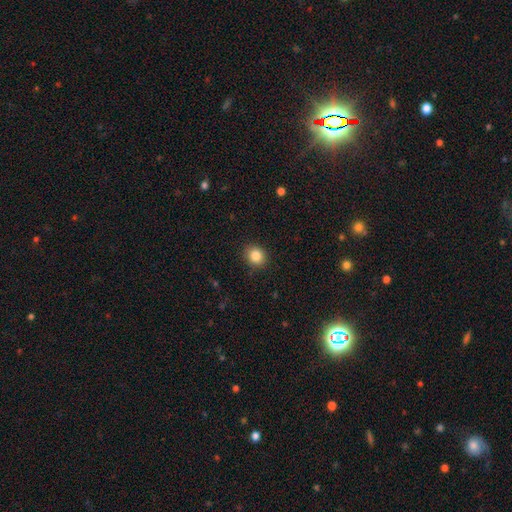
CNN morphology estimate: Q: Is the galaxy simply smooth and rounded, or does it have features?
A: smooth — 85%.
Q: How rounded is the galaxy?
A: round — 74%.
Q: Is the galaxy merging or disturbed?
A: none — 90%.